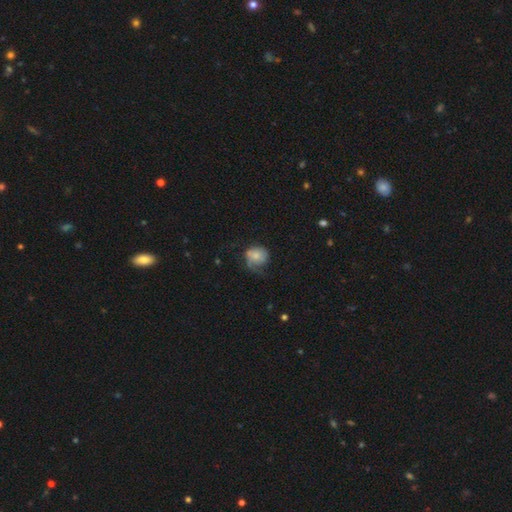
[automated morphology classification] A smooth galaxy with no disk features (64%) that is round (68%).

Vote fractions:
- Smooth or featured? smooth: 64% / featured or disk: 28% / star or artifact: 8%
- How rounded? round: 68% / in between: 31% / cigar-shaped: 1%
- Merging? none: 38% / minor disturbance: 32% / major disturbance: 28% / merger: 2%